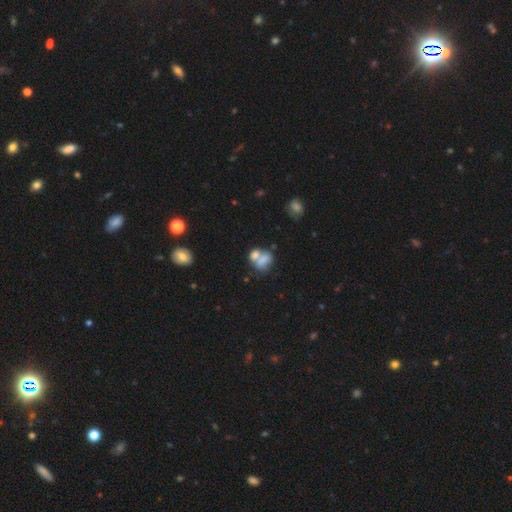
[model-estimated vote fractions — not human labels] smooth_or_featured: smooth (p=0.53) [alt: featured or disk p=0.27]
how_rounded: round (p=0.51) [alt: in between p=0.46]
merging: merger (p=0.45) [alt: none p=0.36]